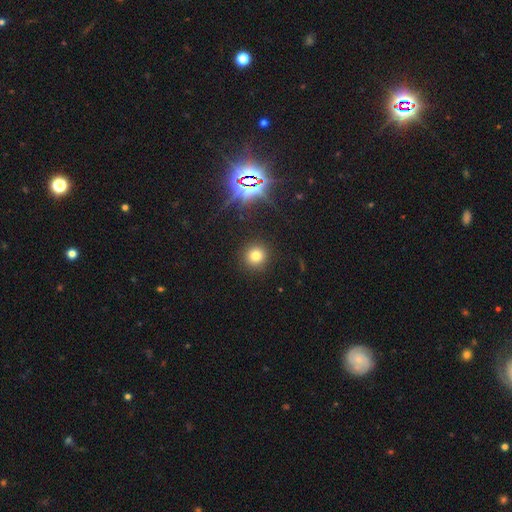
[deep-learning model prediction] Q: Smooth or featured?
A: smooth (73%); runner-up: star or artifact (19%)
Q: How rounded?
A: round (93%); runner-up: in between (6%)
Q: Merging?
A: none (90%); runner-up: minor disturbance (6%)